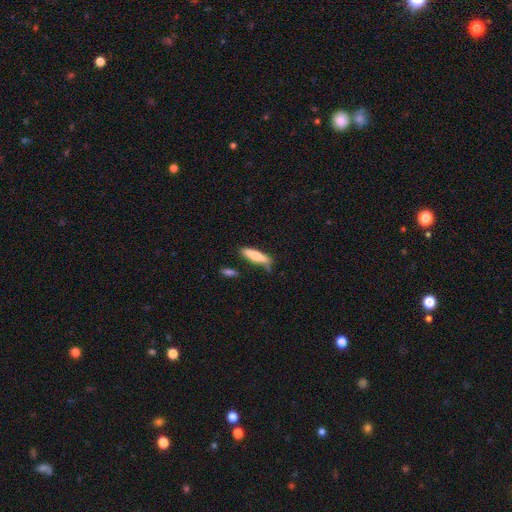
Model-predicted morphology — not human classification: The model was most divided on "merging": none: 68%, minor disturbance: 23%, major disturbance: 5%, merger: 4%. More confident: how rounded — cigar-shaped (72%); smooth or featured — smooth (70%).